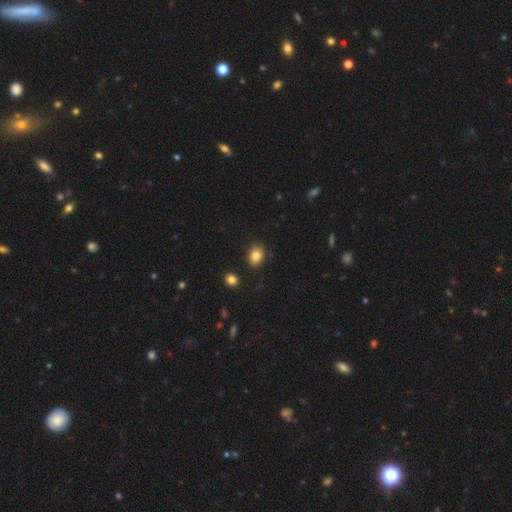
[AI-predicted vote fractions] This appears to be a smooth galaxy with no disk features (83%) that is in between round and cigar-shaped (55%). Merging: none (87%).